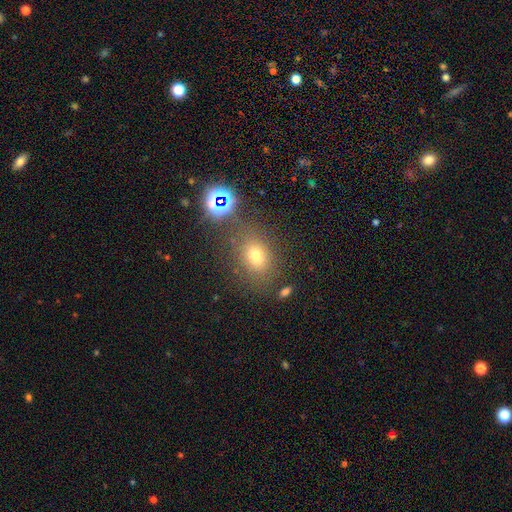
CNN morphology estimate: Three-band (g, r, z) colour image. It shows a smooth galaxy with no disk features (66%) that is in between round and cigar-shaped (57%). Merging: none (75%).